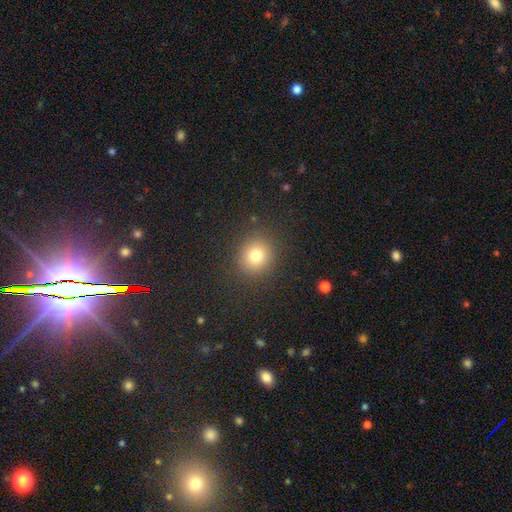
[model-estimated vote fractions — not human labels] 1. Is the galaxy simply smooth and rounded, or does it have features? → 77% smooth, 15% star or artifact, 8% featured or disk.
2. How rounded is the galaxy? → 87% round, 12% in between, 1% cigar-shaped.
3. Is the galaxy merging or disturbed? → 89% none, 7% minor disturbance, 3% major disturbance, 1% merger.